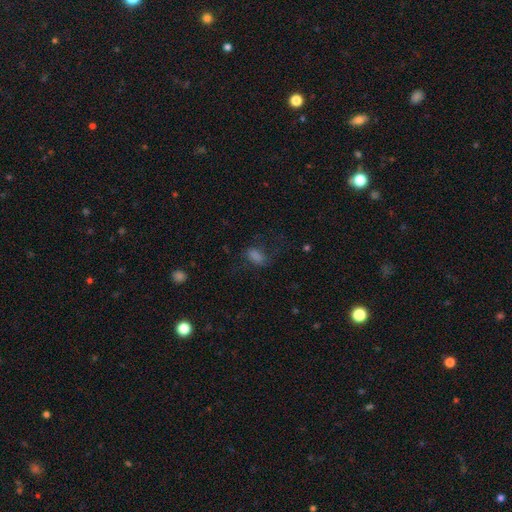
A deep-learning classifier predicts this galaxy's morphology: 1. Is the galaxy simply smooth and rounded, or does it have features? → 62% smooth, 21% star or artifact, 17% featured or disk.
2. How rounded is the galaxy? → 81% in between, 10% round, 8% cigar-shaped.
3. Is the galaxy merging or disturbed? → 54% none, 23% major disturbance, 20% minor disturbance, 2% merger.